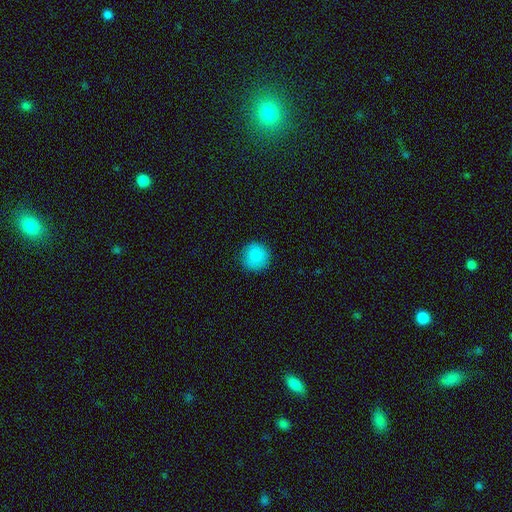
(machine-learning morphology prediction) Smooth or featured? smooth (88%)
How rounded? round (95%)
Merging? none (90%)